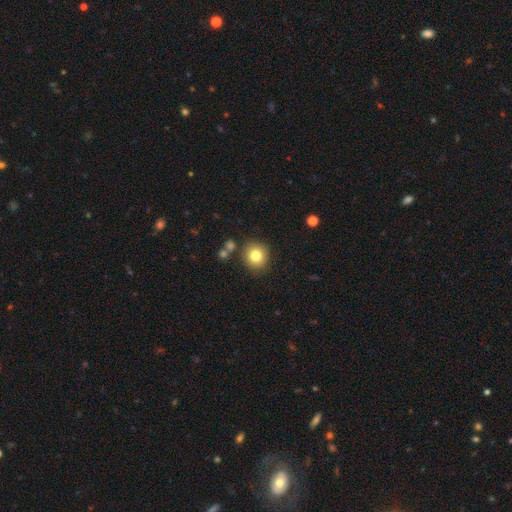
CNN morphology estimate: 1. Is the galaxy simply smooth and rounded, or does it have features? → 81% smooth, 11% star or artifact, 8% featured or disk.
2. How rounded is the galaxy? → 89% round, 10% in between, 1% cigar-shaped.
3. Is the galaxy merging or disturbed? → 83% none, 9% minor disturbance, 5% merger, 3% major disturbance.